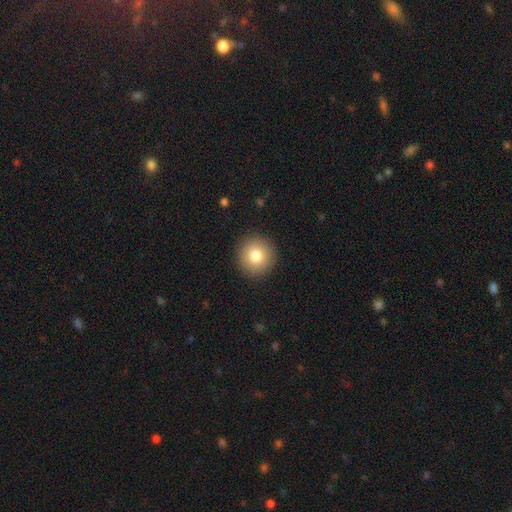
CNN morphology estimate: smooth-or-featured: smooth: 81% | featured or disk: 10% | star or artifact: 9%
  how-rounded: round: 95% | in between: 4% | cigar-shaped: 1%
  merging: none: 92% | minor disturbance: 5% | major disturbance: 2% | merger: 1%